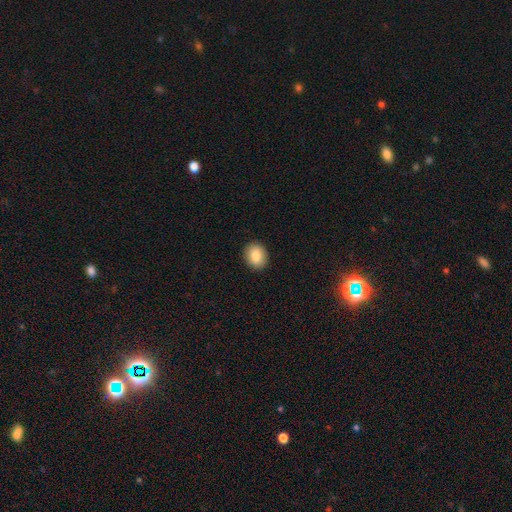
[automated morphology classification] Smooth or featured? Predicted: smooth (p=0.85). How rounded? Predicted: round (p=0.54). Merging? Predicted: none (p=0.91).